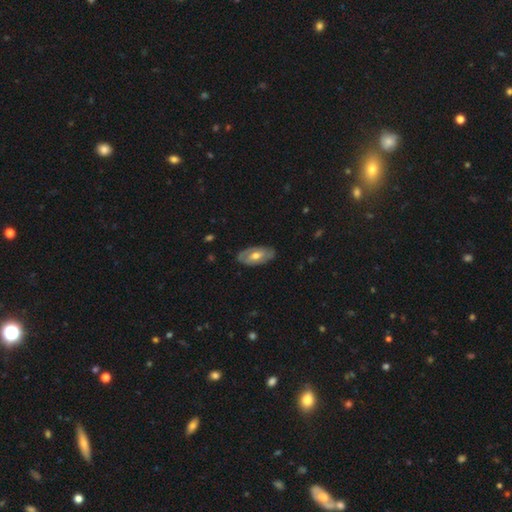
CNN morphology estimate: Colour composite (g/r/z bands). It shows a featured or disk galaxy (57%) with no bar (48%), spiral arms (52%) and a moderate central bulge (71%). Merging: none (81%).